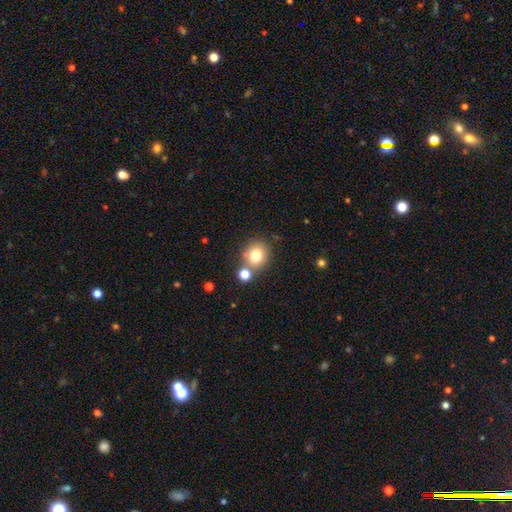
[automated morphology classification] This is likely a smooth galaxy (76%). How rounded: likely round (78%). Merging: likely none (71%).